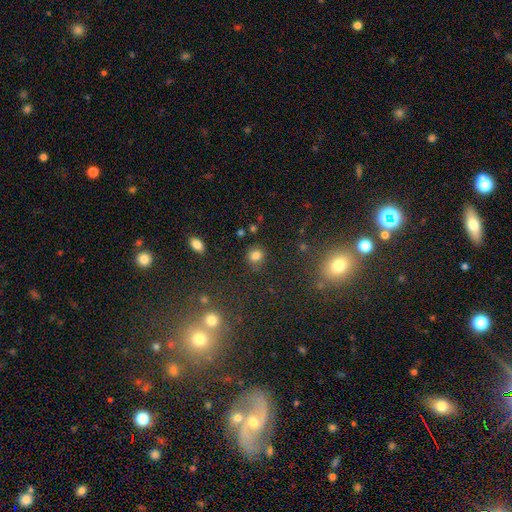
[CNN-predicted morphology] smooth 81%, star or artifact 14%, featured or disk 6%. Down the decision tree: how rounded — round (80%); merging — none (82%).